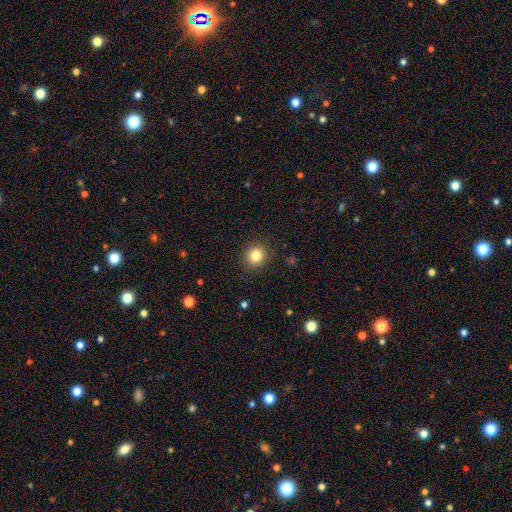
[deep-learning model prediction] smooth-or-featured: smooth: 83% | star or artifact: 11% | featured or disk: 6%
  how-rounded: round: 86% | in between: 13% | cigar-shaped: 1%
  merging: none: 90% | minor disturbance: 6% | major disturbance: 2% | merger: 1%